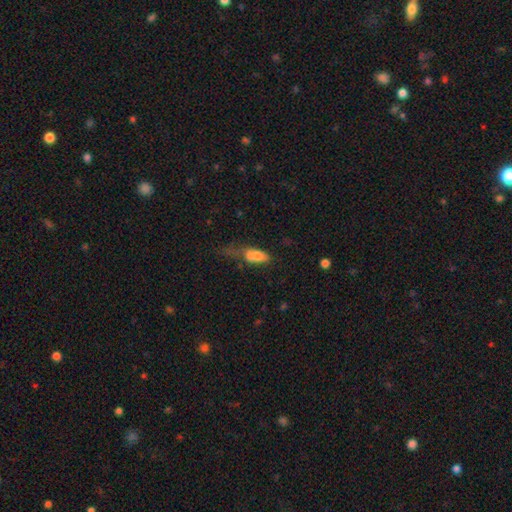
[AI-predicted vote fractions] smooth 70%, featured or disk 20%, star or artifact 10%. Down the decision tree: how rounded — in between (76%); merging — merger (33%).